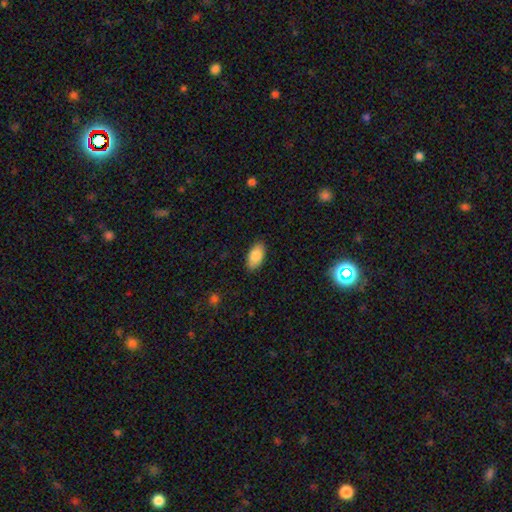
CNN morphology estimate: smooth-or-featured: smooth: 85% | featured or disk: 8% | star or artifact: 6%
  how-rounded: in between: 94% | cigar-shaped: 3% | round: 3%
  merging: none: 87% | minor disturbance: 10% | major disturbance: 2% | merger: 1%